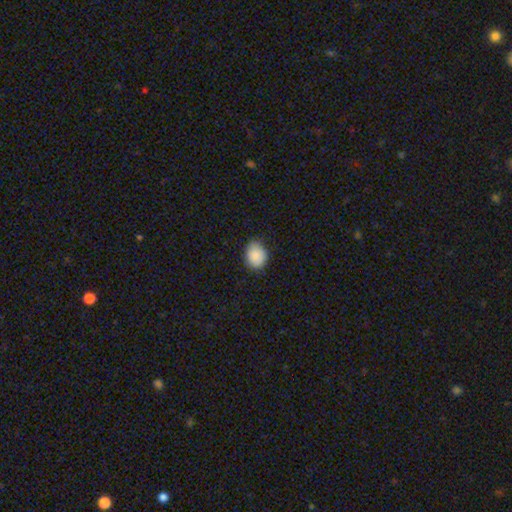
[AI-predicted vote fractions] Smooth or featured? smooth (89%)
How rounded? in between (53%)
Merging? none (80%)